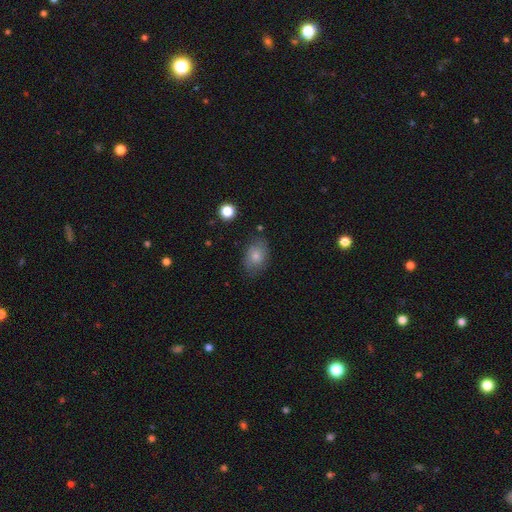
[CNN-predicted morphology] Smooth or featured?
  - smooth: 72% *
  - featured or disk: 19%
  - star or artifact: 9%
How rounded?
  - in between: 78% *
  - round: 21%
  - cigar-shaped: 1%
Merging?
  - none: 74% *
  - minor disturbance: 19%
  - major disturbance: 5%
  - merger: 2%